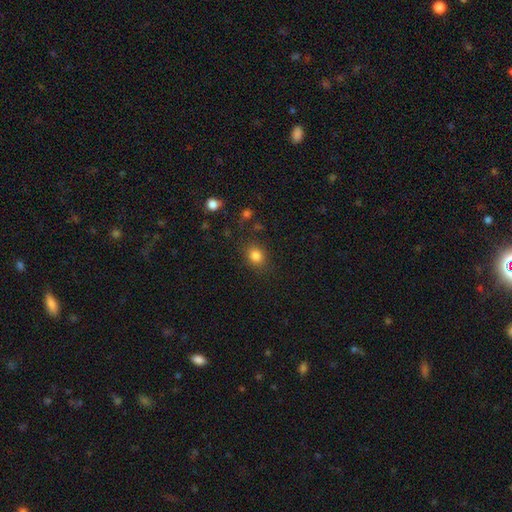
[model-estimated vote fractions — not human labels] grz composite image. It shows a smooth galaxy with no disk features (83%) that is round (57%). Merging: none (83%).